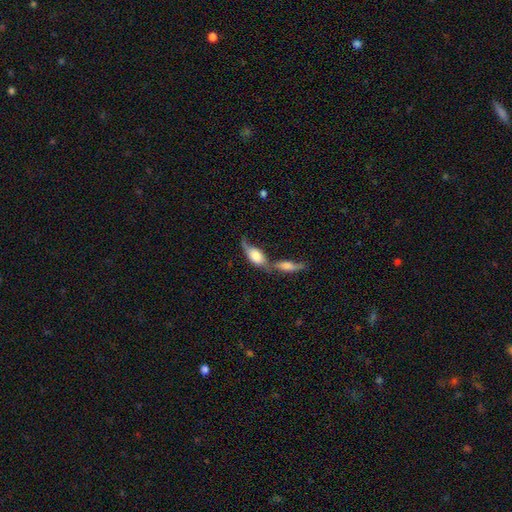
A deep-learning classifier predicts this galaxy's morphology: Smooth or featured? smooth (65%)
How rounded? in between (83%)
Merging? merger (60%)